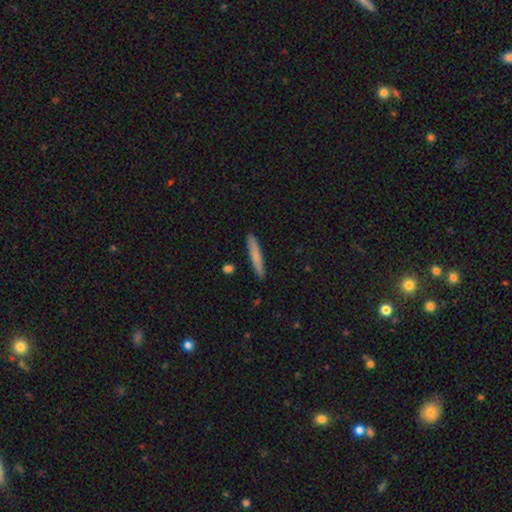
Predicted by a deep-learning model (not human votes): Smooth or featured? Predicted: smooth (p=0.73). How rounded? Predicted: cigar-shaped (p=0.94). Merging? Predicted: none (p=0.90).